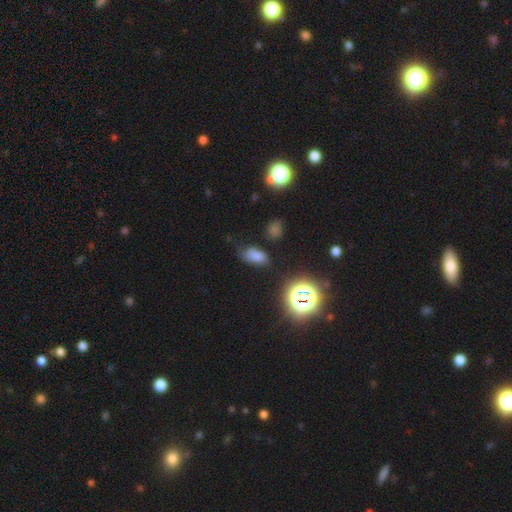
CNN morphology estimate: Overall: smooth (66%). How rounded: in between (89%). Merging: none (59%; minor disturbance 27%).